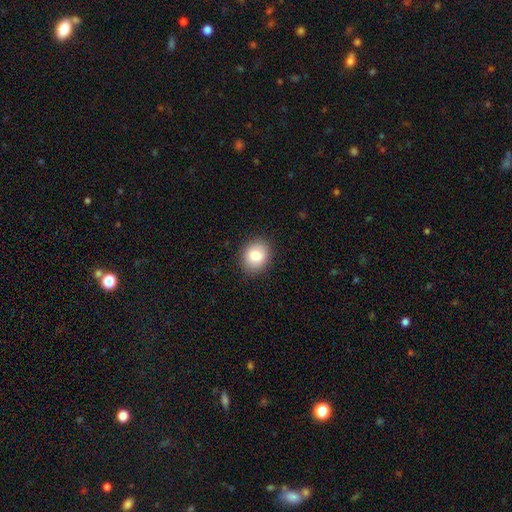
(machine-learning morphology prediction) smooth_or_featured: smooth (p=0.84) [alt: star or artifact p=0.08]
how_rounded: round (p=0.51) [alt: in between p=0.48]
merging: none (p=0.87) [alt: minor disturbance p=0.09]